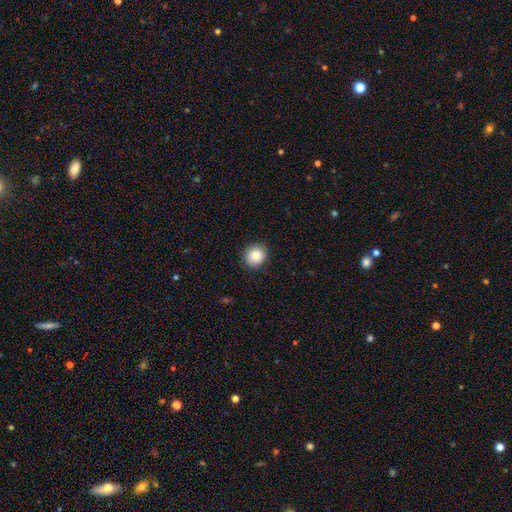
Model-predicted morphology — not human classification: Smooth or featured? Predicted: smooth (p=0.86). How rounded? Predicted: round (p=0.86). Merging? Predicted: none (p=0.89).